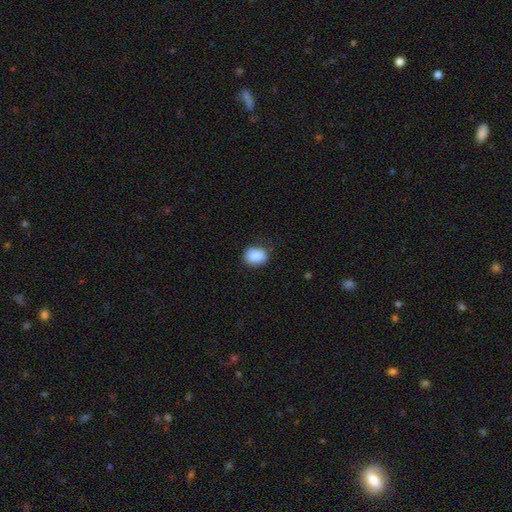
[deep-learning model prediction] smooth 87%, star or artifact 8%, featured or disk 5%. Down the decision tree: how rounded — in between (53%); merging — none (79%).